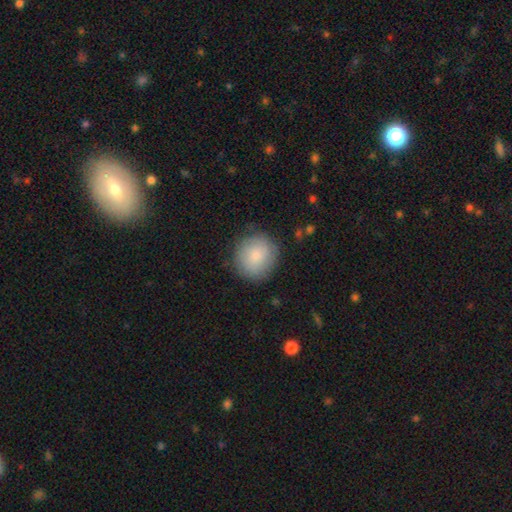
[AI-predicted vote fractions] smooth 81%, featured or disk 12%, star or artifact 7%. Down the decision tree: how rounded — round (88%); merging — none (83%).